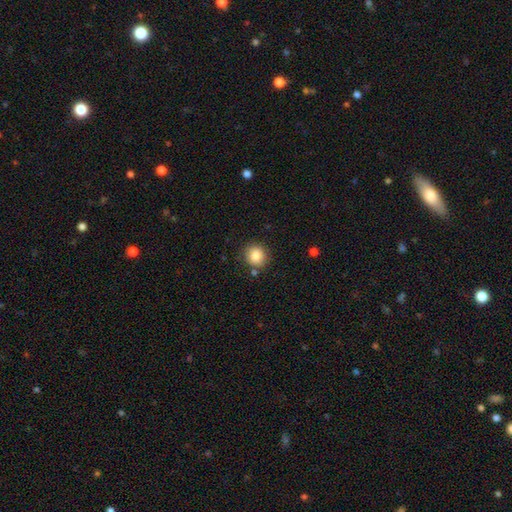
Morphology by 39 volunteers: This is clearly a smooth galaxy (95%). How rounded: clearly round (89%). Merging: clearly none (81%).